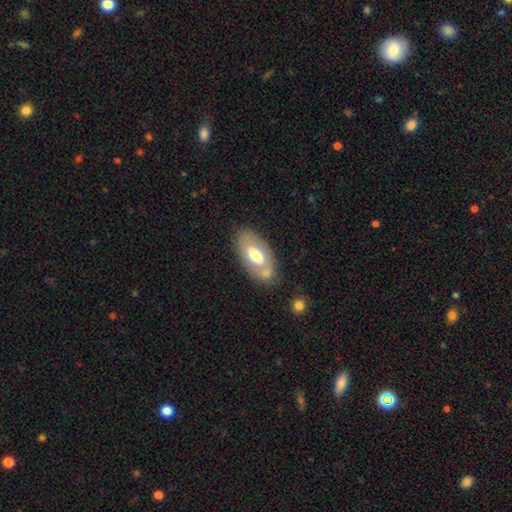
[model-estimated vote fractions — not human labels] A smooth galaxy with no disk features (58%) that is in between round and cigar-shaped (91%).

Vote fractions:
- Smooth or featured? smooth: 58% / featured or disk: 35% / star or artifact: 7%
- How rounded? in between: 91% / round: 5% / cigar-shaped: 4%
- Merging? none: 66% / minor disturbance: 17% / merger: 11% / major disturbance: 5%